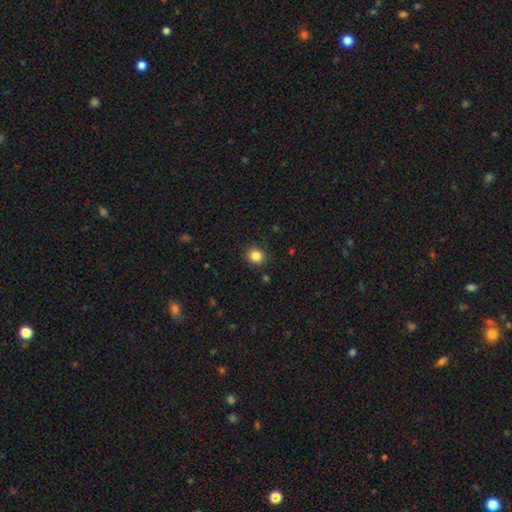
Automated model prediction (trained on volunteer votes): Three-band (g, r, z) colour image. It shows a smooth galaxy with no disk features (85%) that is round (84%). Merging: none (89%).